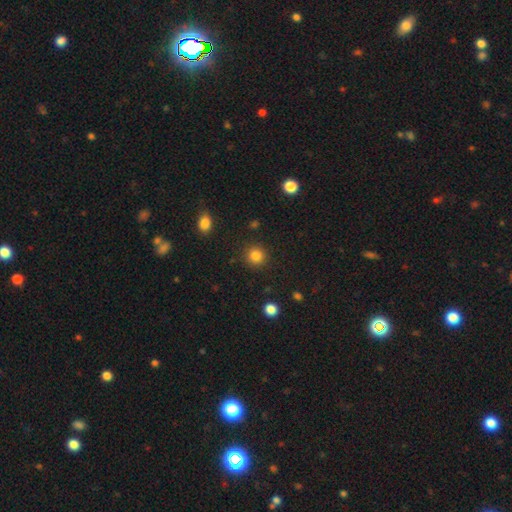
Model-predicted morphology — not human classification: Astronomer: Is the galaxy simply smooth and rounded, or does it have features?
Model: smooth — 84%.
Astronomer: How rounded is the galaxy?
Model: round — 92%.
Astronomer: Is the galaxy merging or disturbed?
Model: none — 90%.